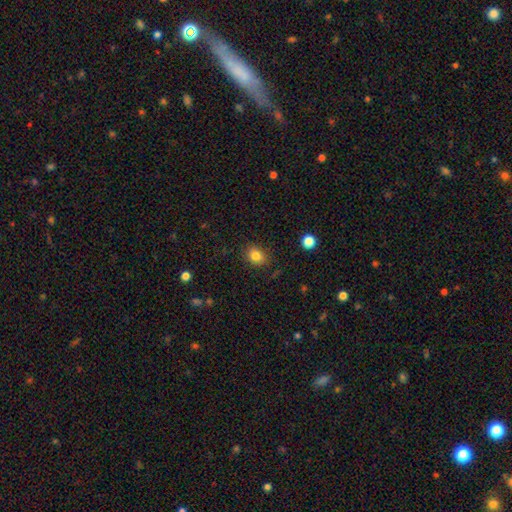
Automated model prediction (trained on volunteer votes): smooth-or-featured: smooth: 82% | star or artifact: 11% | featured or disk: 7%
  how-rounded: round: 51% | in between: 48% | cigar-shaped: 1%
  merging: none: 85% | minor disturbance: 11% | major disturbance: 3% | merger: 1%